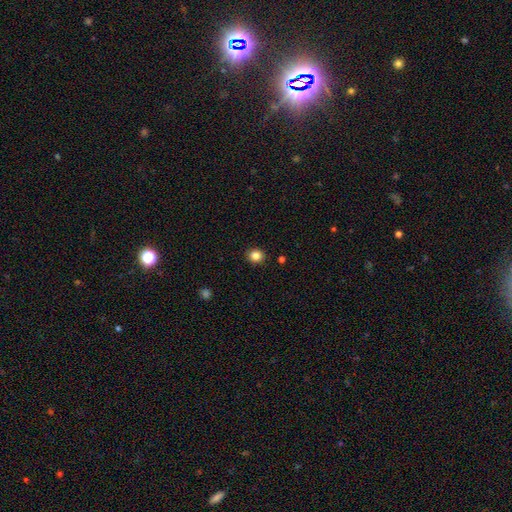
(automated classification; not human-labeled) smooth_or_featured: smooth (p=0.84) [alt: star or artifact p=0.11]
how_rounded: round (p=0.80) [alt: in between p=0.19]
merging: none (p=0.91) [alt: minor disturbance p=0.06]